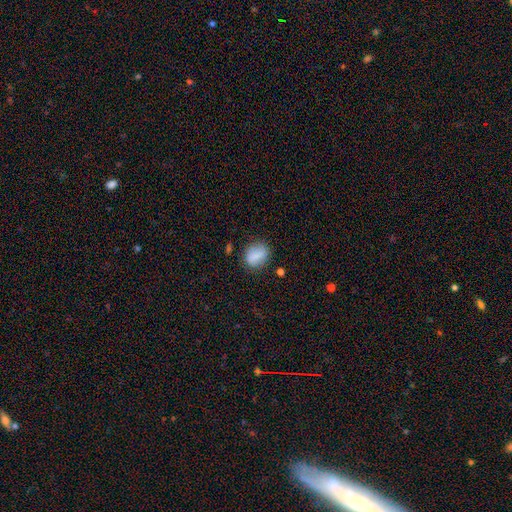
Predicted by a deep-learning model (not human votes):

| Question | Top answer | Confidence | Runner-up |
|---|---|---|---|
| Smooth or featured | smooth | 77% | featured or disk (14%) |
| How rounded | round | 52% | in between (46%) |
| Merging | none | 78% | minor disturbance (15%) |